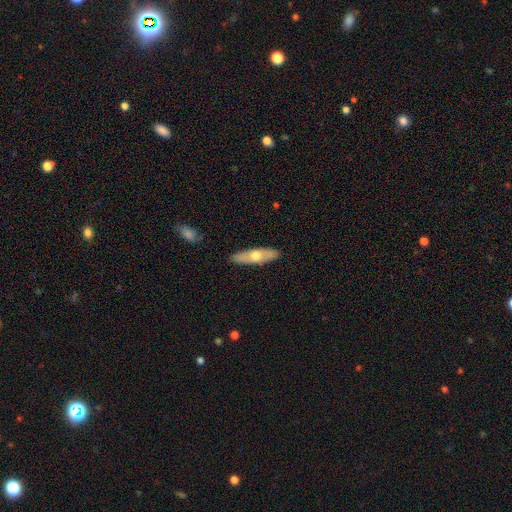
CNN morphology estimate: smooth_or_featured: smooth (p=0.52) [alt: featured or disk p=0.43]
how_rounded: cigar-shaped (p=0.58) [alt: in between p=0.39]
merging: none (p=0.89) [alt: minor disturbance p=0.08]